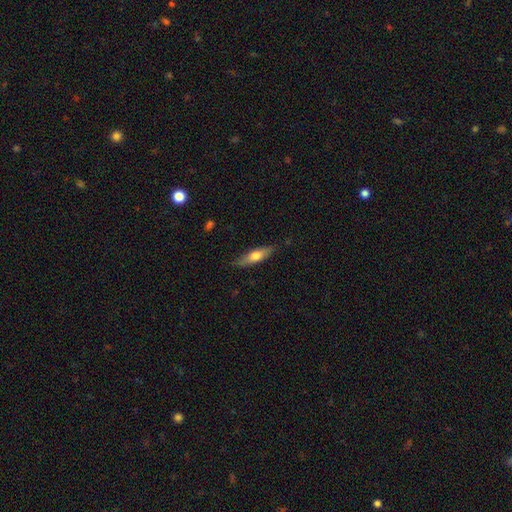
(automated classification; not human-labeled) Overall: smooth (58%; featured or disk 36%). How rounded: cigar-shaped (64%; in between 34%). Merging: none (83%).